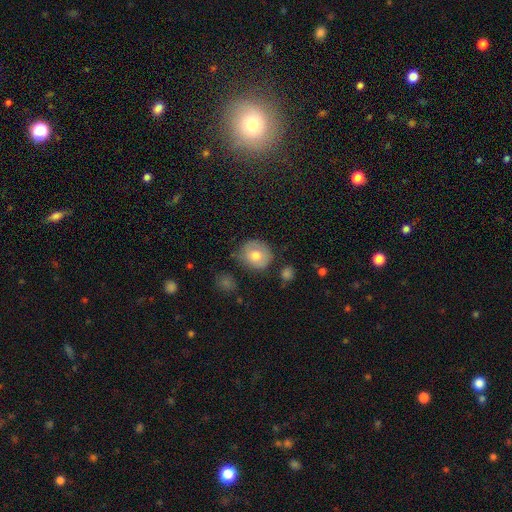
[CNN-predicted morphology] The model was most divided on "merging": none: 69%, minor disturbance: 21%, major disturbance: 6%, merger: 4%. More confident: how rounded — round (82%); smooth or featured — smooth (72%).